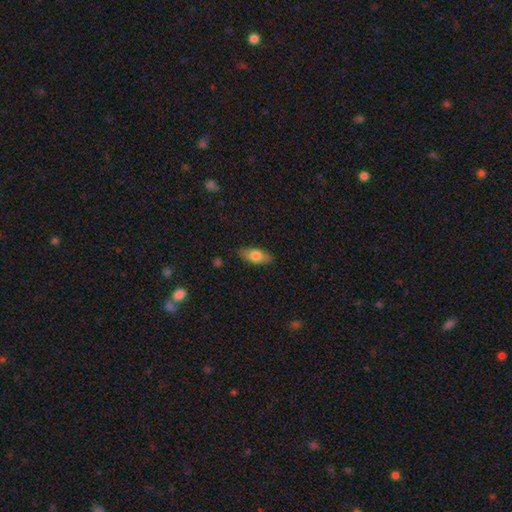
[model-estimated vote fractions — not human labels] Smooth or featured? Predicted: smooth (p=0.70). How rounded? Predicted: in between (p=0.81). Merging? Predicted: none (p=0.83).